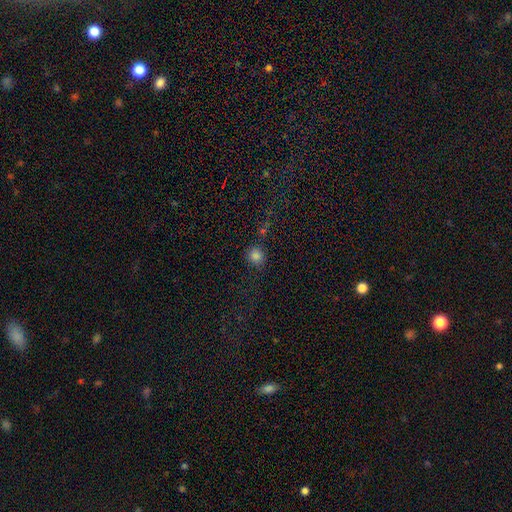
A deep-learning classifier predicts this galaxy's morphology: type=smooth (81%); roundness=round (86%); merging=none (80%).